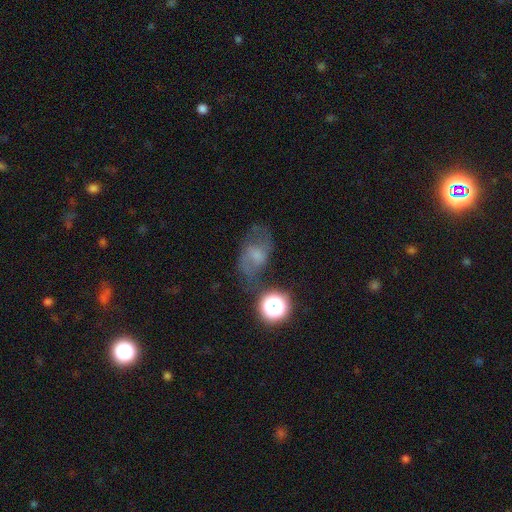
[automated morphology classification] Smooth or featured? Predicted: featured or disk (p=0.45). Merging? Predicted: none (p=0.51).